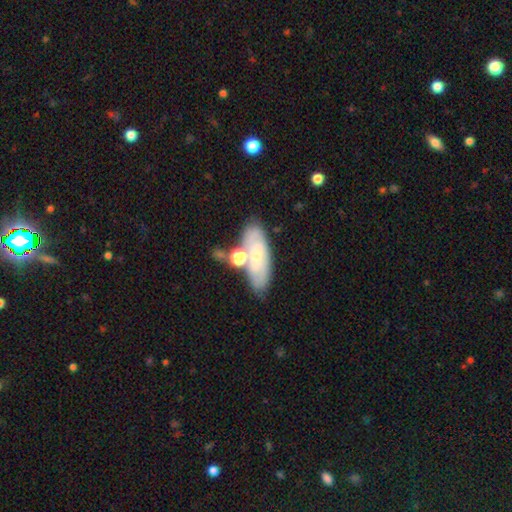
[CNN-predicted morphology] Overall: smooth (47%; featured or disk 44%). Merging: none (55%; merger 22%).